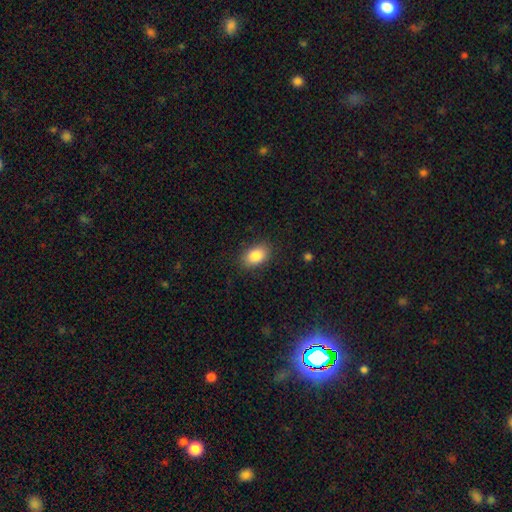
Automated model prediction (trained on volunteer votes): smooth_or_featured: smooth (p=0.86) [alt: star or artifact p=0.08]
how_rounded: in between (p=0.87) [alt: round p=0.11]
merging: none (p=0.86) [alt: minor disturbance p=0.10]